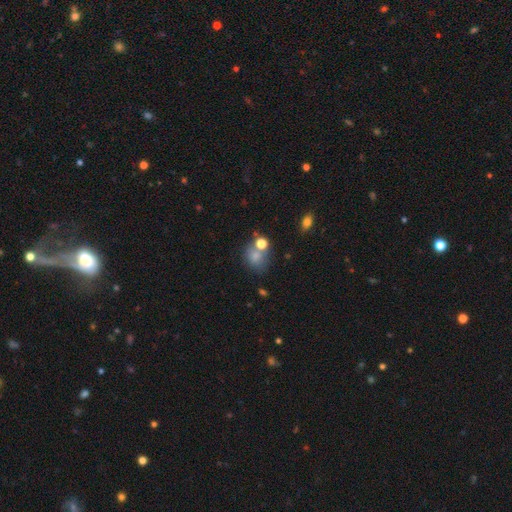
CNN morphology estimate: smooth-or-featured: smooth: 73% | star or artifact: 15% | featured or disk: 12%
  how-rounded: round: 62% | in between: 37% | cigar-shaped: 1%
  merging: none: 50% | merger: 25% | minor disturbance: 16% | major disturbance: 9%